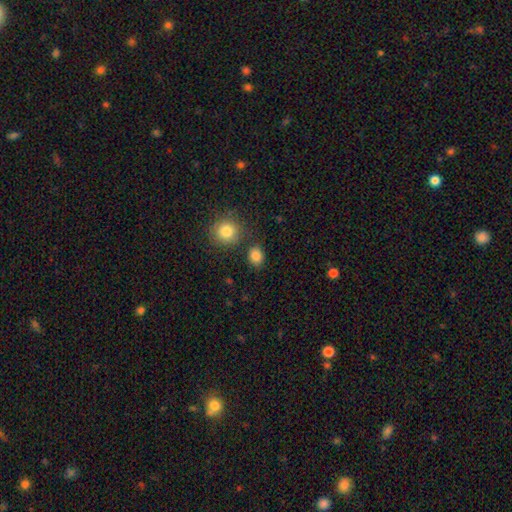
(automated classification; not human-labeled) A smooth galaxy with no disk features (85%) that is round (61%). Merging: none (80%).